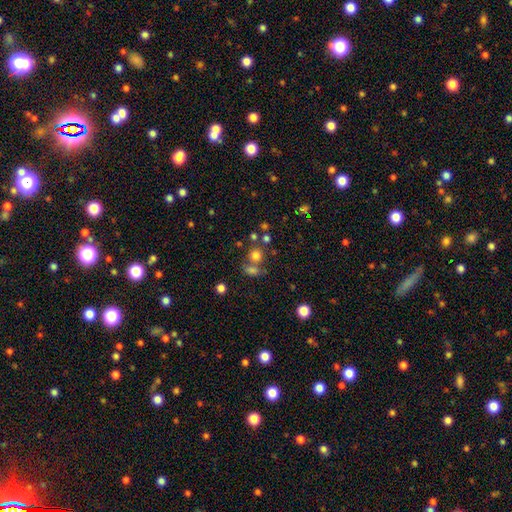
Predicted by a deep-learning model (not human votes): Overall: smooth (73%). How rounded: round (82%). Merging: none (56%; merger 31%).